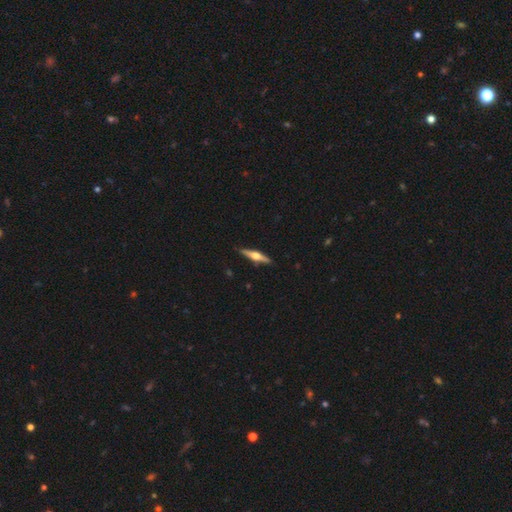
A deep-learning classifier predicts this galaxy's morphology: featured or disk 70%, smooth 25%, star or artifact 5%. Down the decision tree: edge-on disk — yes (97%); edge-on bulge — rounded (92%); merging — none (89%).